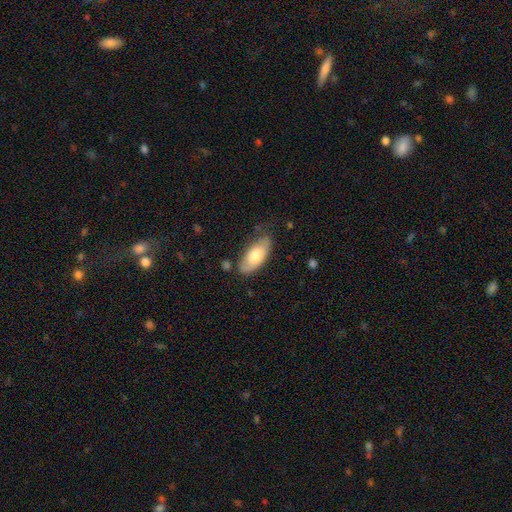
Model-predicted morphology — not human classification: The model was most divided on "merging": none: 69%, minor disturbance: 23%, major disturbance: 5%, merger: 3%. More confident: how rounded — in between (90%); smooth or featured — smooth (71%).